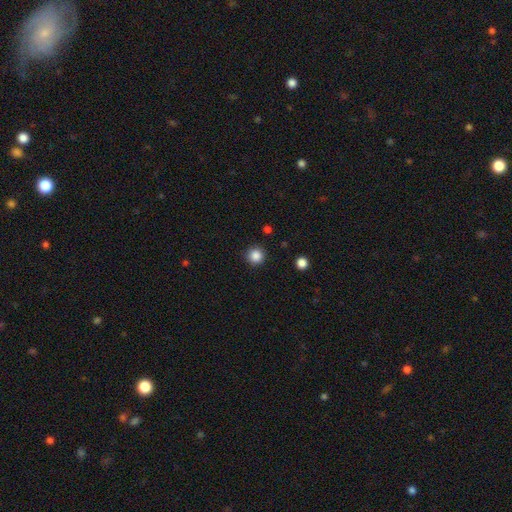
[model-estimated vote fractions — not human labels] The model was most divided on "smooth or featured": smooth: 86%, star or artifact: 11%, featured or disk: 3%. More confident: how rounded — round (95%); merging — none (91%).